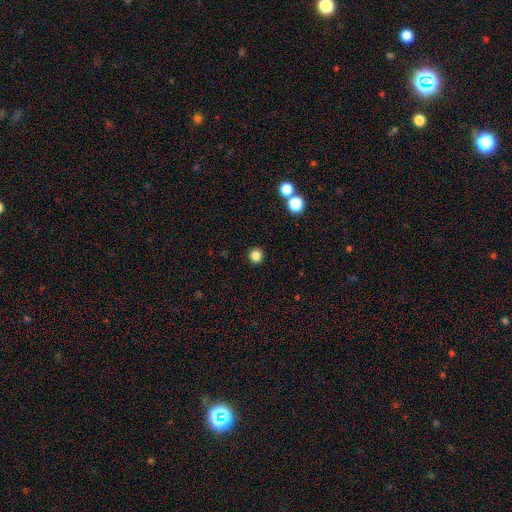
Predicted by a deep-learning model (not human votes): Smooth or featured? smooth (84%)
How rounded? round (93%)
Merging? none (92%)